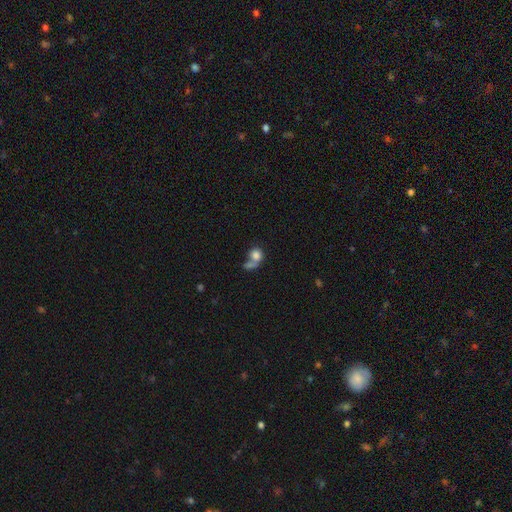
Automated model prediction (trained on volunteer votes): smooth 75%, featured or disk 15%, star or artifact 10%. Down the decision tree: how rounded — round (66%); merging — merger (49%).